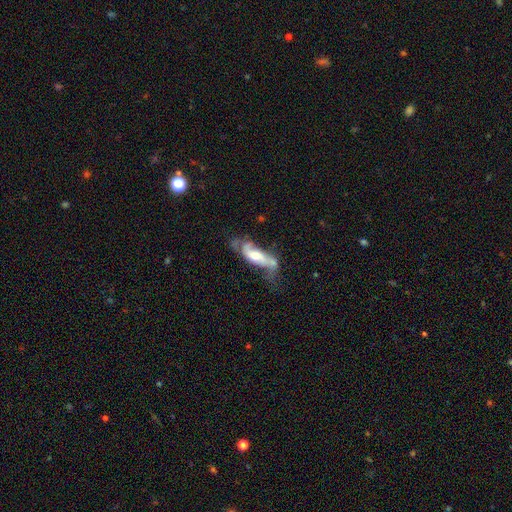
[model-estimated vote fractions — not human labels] The model was most divided on "merging": none: 30%, major disturbance: 28%, minor disturbance: 25%, merger: 16%. More confident: edge-on disk — no (80%); spiral arms — yes (73%); smooth or featured — featured or disk (63%); bulge size — moderate (56%); bar — no (55%).